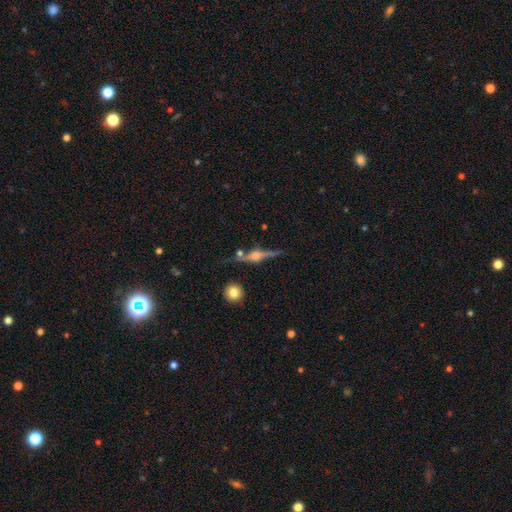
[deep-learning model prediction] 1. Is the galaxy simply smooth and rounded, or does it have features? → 80% featured or disk, 13% smooth, 7% star or artifact.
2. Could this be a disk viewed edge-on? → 96% yes, 4% no.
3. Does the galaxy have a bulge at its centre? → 91% rounded, 7% boxy, 2% none.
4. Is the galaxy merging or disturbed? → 75% none, 14% minor disturbance, 6% merger, 5% major disturbance.